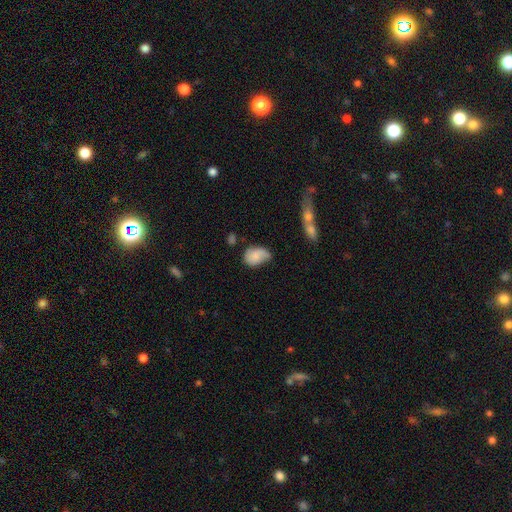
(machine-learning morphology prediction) Smooth or featured? Predicted: smooth (p=0.65). How rounded? Predicted: in between (p=0.79). Merging? Predicted: none (p=0.41).